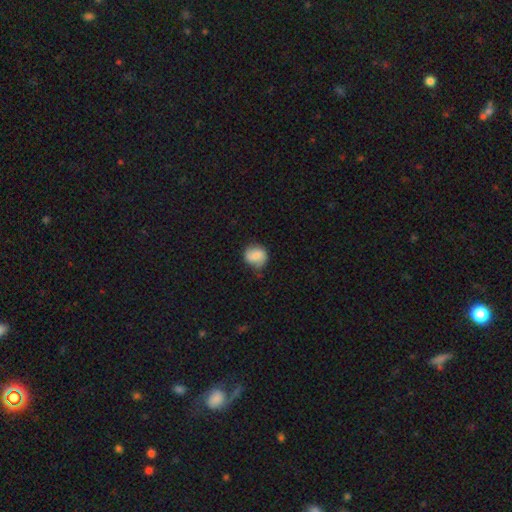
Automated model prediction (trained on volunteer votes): Smooth or featured?
  - smooth: 73% *
  - featured or disk: 19%
  - star or artifact: 8%
How rounded?
  - round: 76% *
  - in between: 23%
  - cigar-shaped: 1%
Merging?
  - none: 65% *
  - minor disturbance: 26%
  - major disturbance: 7%
  - merger: 2%